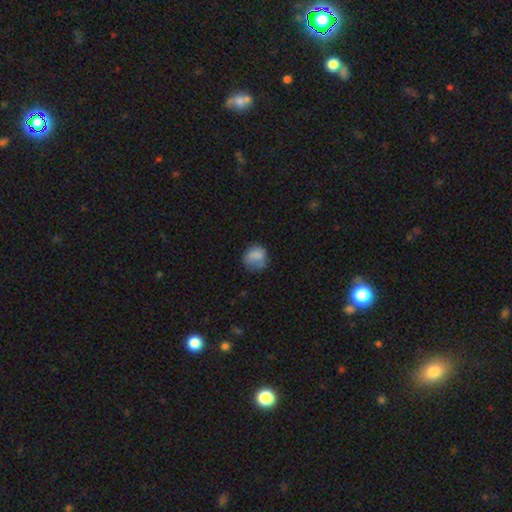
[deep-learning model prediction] Smooth or featured? Predicted: smooth (p=0.77). How rounded? Predicted: round (p=0.73). Merging? Predicted: none (p=0.55).